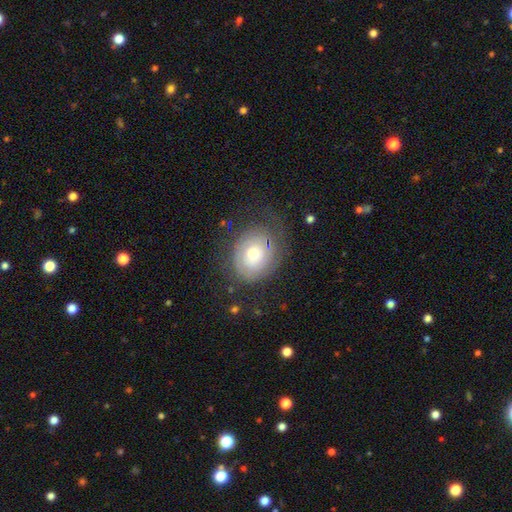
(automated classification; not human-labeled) Smooth or featured? Predicted: featured or disk (p=0.49). Merging? Predicted: none (p=0.57).